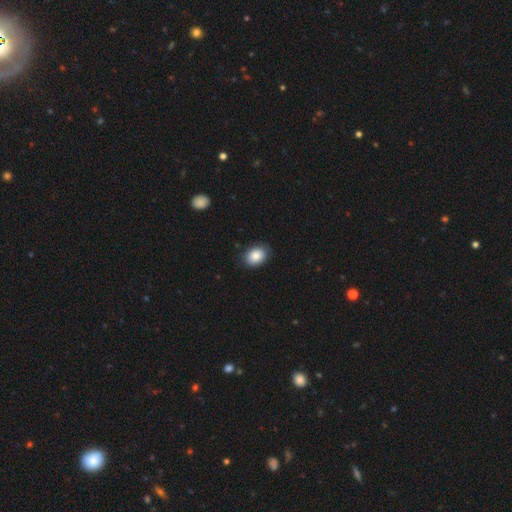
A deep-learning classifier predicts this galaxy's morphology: A smooth galaxy with no disk features (84%) that is in between round and cigar-shaped (68%). Merging: none (88%).